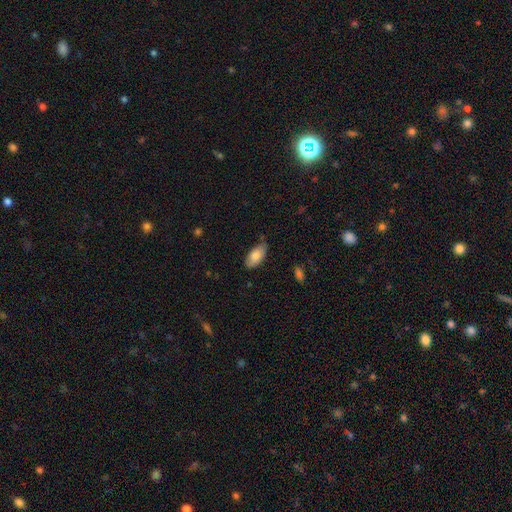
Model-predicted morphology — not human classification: A smooth galaxy with no disk features (82%) that is in between round and cigar-shaped (92%).

Vote fractions:
- Smooth or featured? smooth: 82% / featured or disk: 12% / star or artifact: 6%
- How rounded? in between: 92% / cigar-shaped: 6% / round: 2%
- Merging? none: 66% / minor disturbance: 28% / major disturbance: 4% / merger: 2%